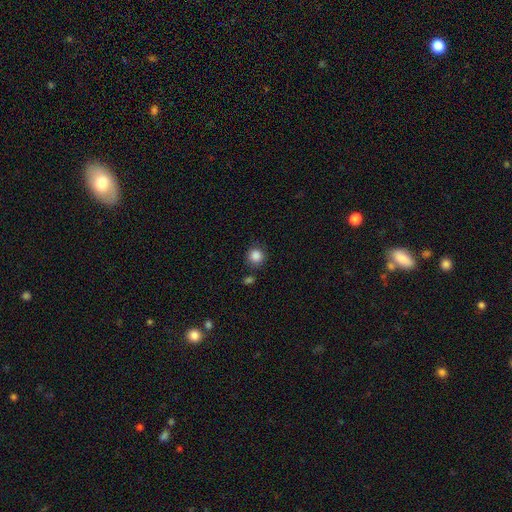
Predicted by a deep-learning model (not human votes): The model was most divided on "merging": none: 80%, minor disturbance: 12%, merger: 5%, major disturbance: 4%. More confident: how rounded — round (91%); smooth or featured — smooth (87%).